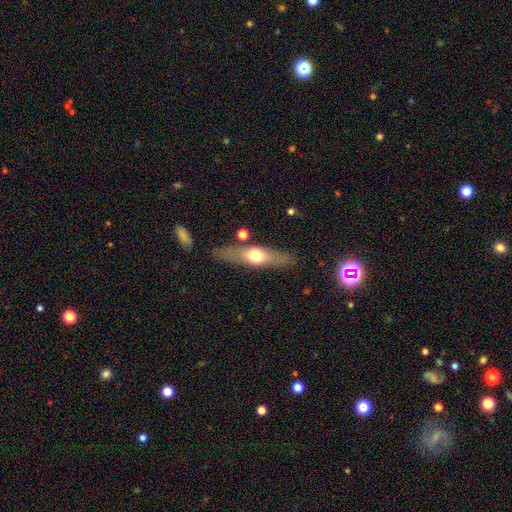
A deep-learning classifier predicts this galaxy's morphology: smooth_or_featured: featured or disk (p=0.48) [alt: smooth p=0.46]
merging: none (p=0.82) [alt: minor disturbance p=0.11]